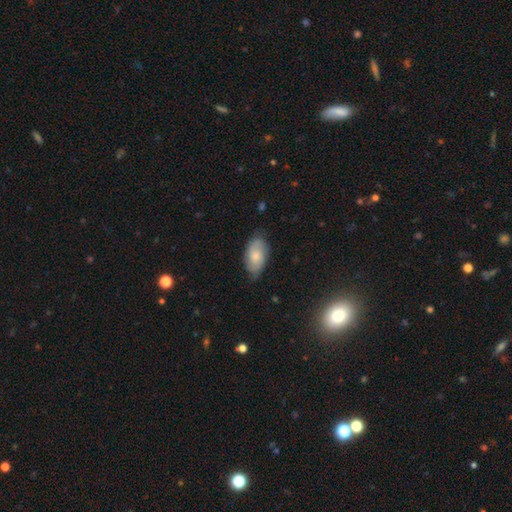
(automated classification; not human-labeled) Smooth or featured: smooth — 63% (featured or disk — 31%)
How rounded: in between — 93% (round — 4%)
Merging: none — 69% (minor disturbance — 25%)